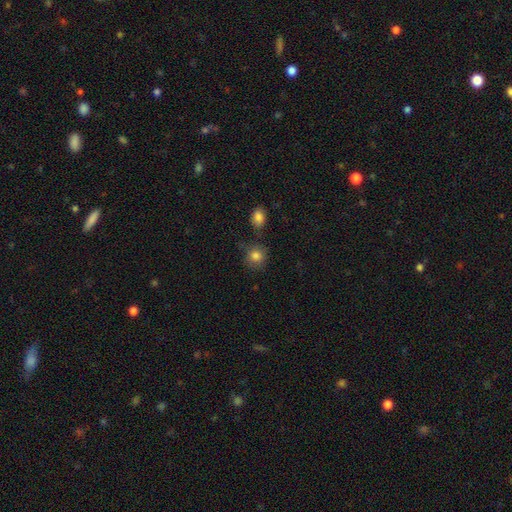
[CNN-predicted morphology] This appears to be a smooth galaxy with no disk features (84%) that is round (84%). Merging: none (75%).